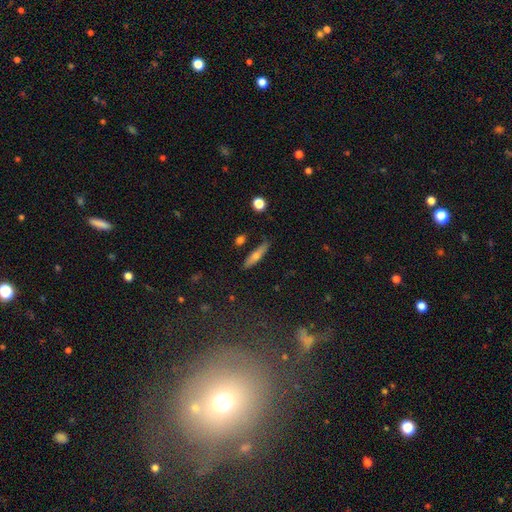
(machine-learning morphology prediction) Smooth or featured? Predicted: smooth (p=0.58). How rounded? Predicted: cigar-shaped (p=0.79). Merging? Predicted: none (p=0.81).